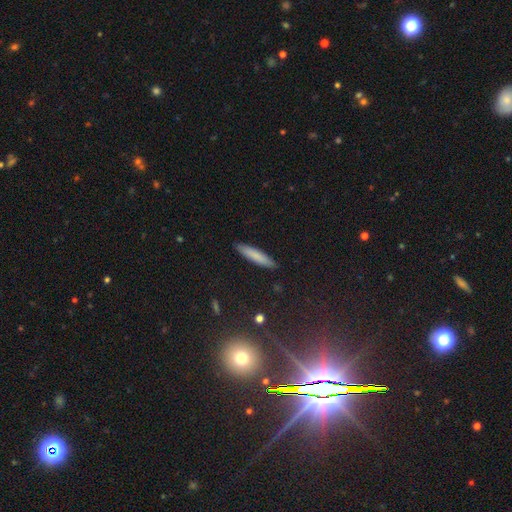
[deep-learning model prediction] smooth 80%, featured or disk 14%, star or artifact 7%. Down the decision tree: how rounded — cigar-shaped (88%); merging — none (90%).